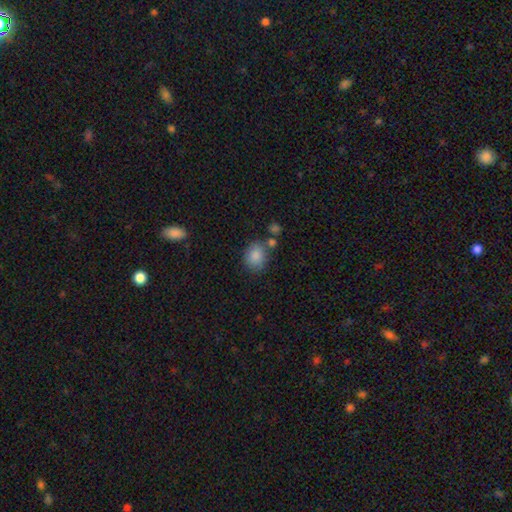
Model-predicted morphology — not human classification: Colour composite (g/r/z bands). It shows a smooth galaxy with no disk features (86%) that is round (58%). Merging: none (67%).